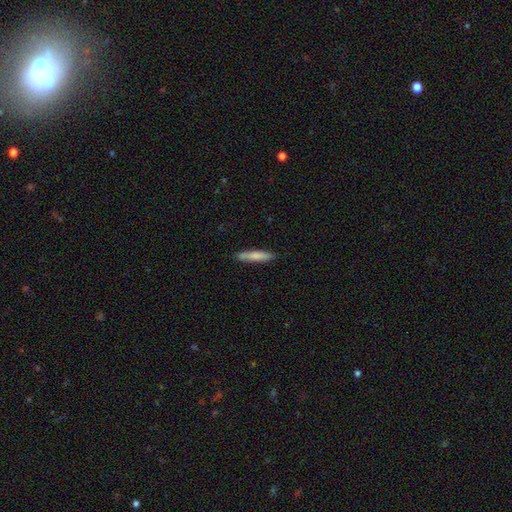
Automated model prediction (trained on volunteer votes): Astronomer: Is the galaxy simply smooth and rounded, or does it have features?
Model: smooth — 78%.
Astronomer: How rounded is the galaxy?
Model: cigar-shaped — 88%.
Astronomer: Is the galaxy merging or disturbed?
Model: none — 85%.